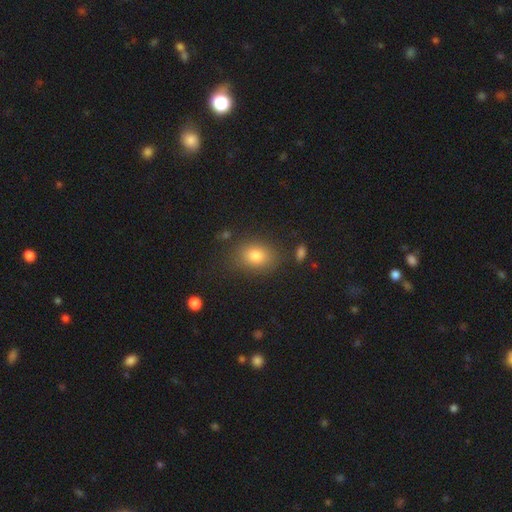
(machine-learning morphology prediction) Smooth or featured? smooth (79%)
How rounded? in between (64%)
Merging? none (81%)